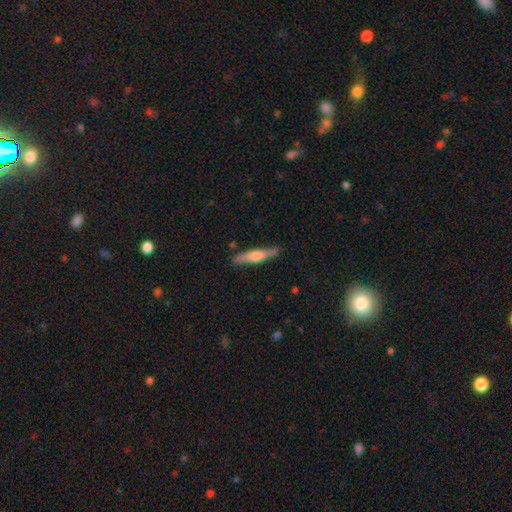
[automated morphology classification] The model was most divided on "smooth or featured": featured or disk: 49%, smooth: 46%, star or artifact: 5%. More confident: merging — none (84%).